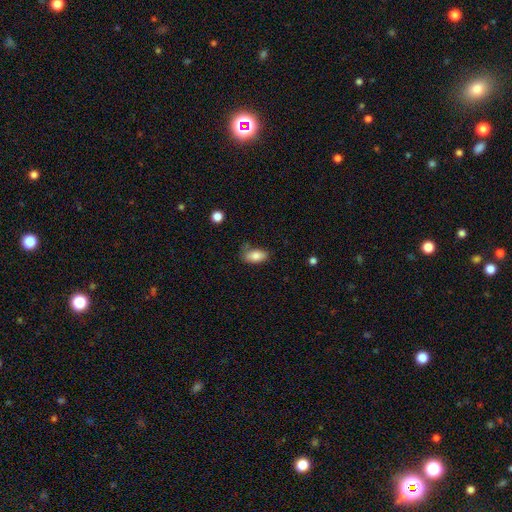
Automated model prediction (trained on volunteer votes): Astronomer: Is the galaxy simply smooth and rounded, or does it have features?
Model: smooth — 84%.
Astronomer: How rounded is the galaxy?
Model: in between — 92%.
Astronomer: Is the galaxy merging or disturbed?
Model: none — 63%.